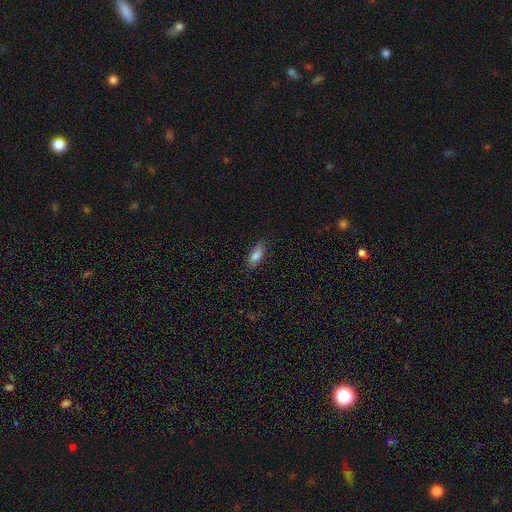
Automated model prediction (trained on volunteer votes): A smooth galaxy with no disk features (83%) that is in between round and cigar-shaped (80%).

Vote fractions:
- Smooth or featured? smooth: 83% / featured or disk: 9% / star or artifact: 8%
- How rounded? in between: 80% / cigar-shaped: 17% / round: 3%
- Merging? none: 83% / minor disturbance: 13% / major disturbance: 3% / merger: 1%